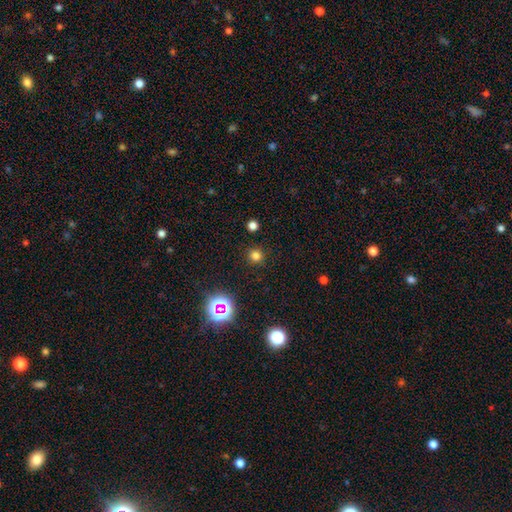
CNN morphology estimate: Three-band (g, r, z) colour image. It shows a smooth galaxy with no disk features (76%) that is round (94%). Merging: none (90%).